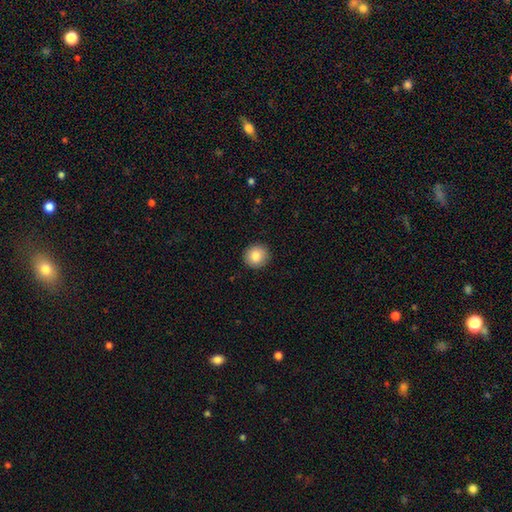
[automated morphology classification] A smooth galaxy with no disk features (85%) that is round (90%).

Vote fractions:
- Smooth or featured? smooth: 85% / star or artifact: 8% / featured or disk: 7%
- How rounded? round: 90% / in between: 9% / cigar-shaped: 1%
- Merging? none: 91% / minor disturbance: 6% / major disturbance: 2% / merger: 1%